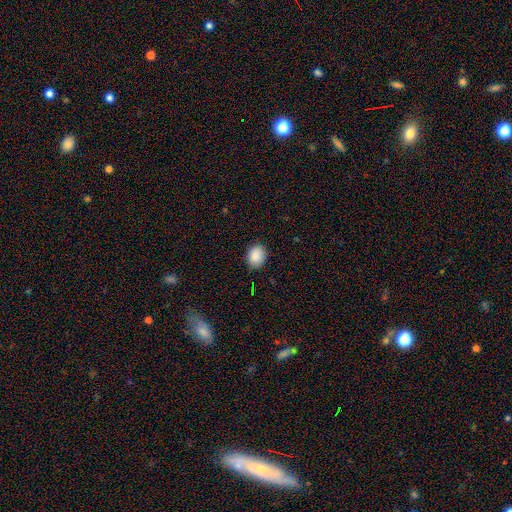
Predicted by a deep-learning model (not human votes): Smooth or featured? Predicted: smooth (p=0.89). How rounded? Predicted: in between (p=0.55). Merging? Predicted: none (p=0.85).